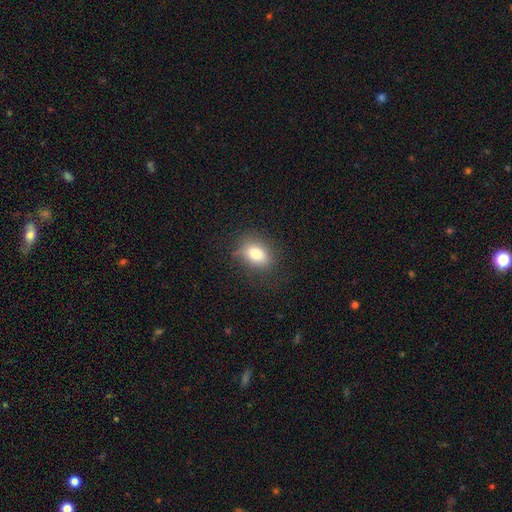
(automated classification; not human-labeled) Smooth or featured? smooth (81%)
How rounded? in between (73%)
Merging? none (80%)